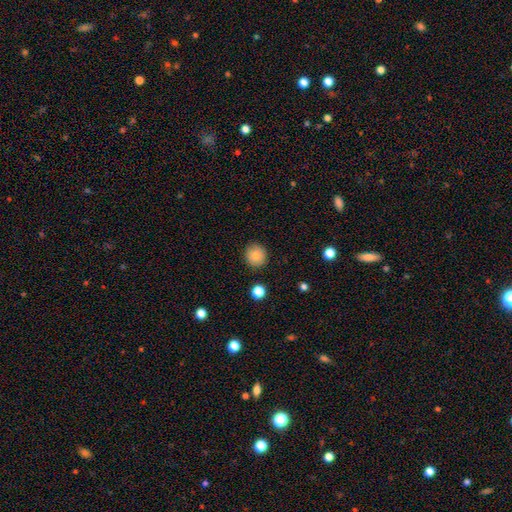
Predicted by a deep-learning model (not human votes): A smooth galaxy with no disk features (84%) that is round (94%). Merging: none (91%).